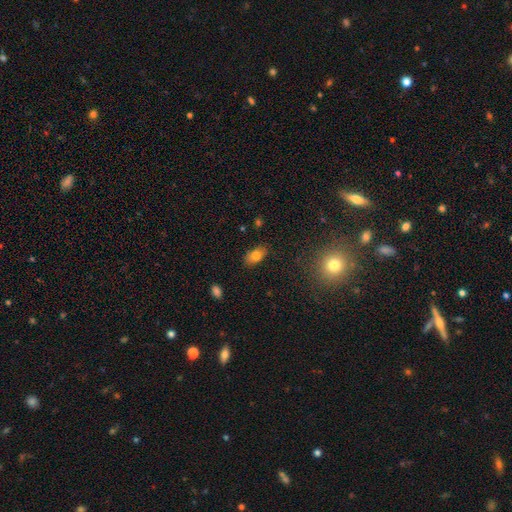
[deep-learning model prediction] Q: Smooth or featured?
A: smooth (78%); runner-up: featured or disk (12%)
Q: How rounded?
A: in between (88%); runner-up: round (9%)
Q: Merging?
A: none (83%); runner-up: minor disturbance (13%)